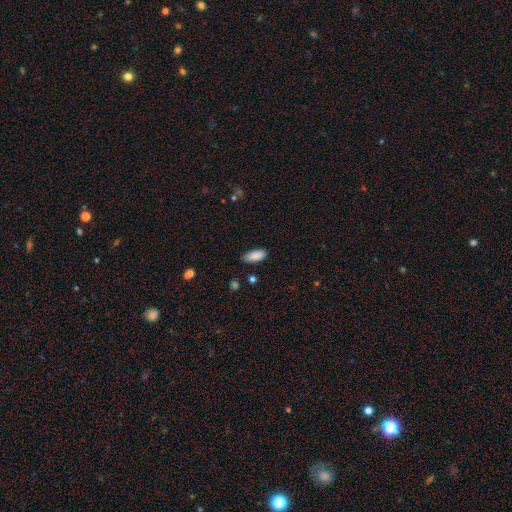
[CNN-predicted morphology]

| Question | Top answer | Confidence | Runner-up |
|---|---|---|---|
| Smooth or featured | smooth | 89% | star or artifact (7%) |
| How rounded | in between | 86% | cigar-shaped (12%) |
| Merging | none | 81% | minor disturbance (15%) |